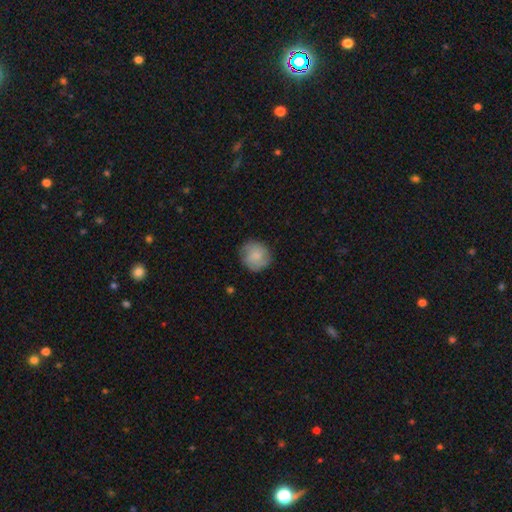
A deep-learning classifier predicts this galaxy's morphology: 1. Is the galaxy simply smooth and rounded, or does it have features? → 69% smooth, 24% featured or disk, 7% star or artifact.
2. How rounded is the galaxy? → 86% round, 13% in between, 1% cigar-shaped.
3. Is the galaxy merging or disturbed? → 80% none, 15% minor disturbance, 4% major disturbance, 1% merger.